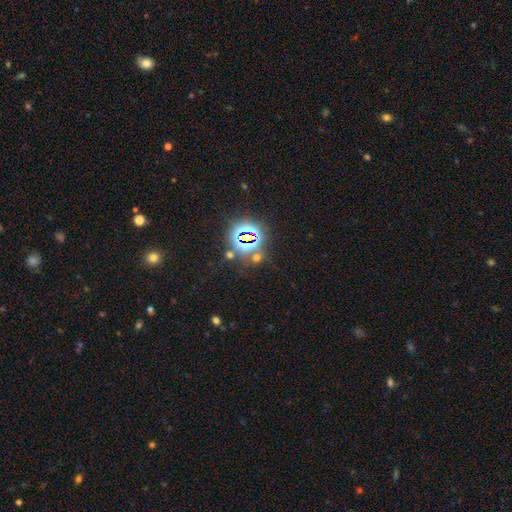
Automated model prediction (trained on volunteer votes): Morphology: type=star or artifact (78%).